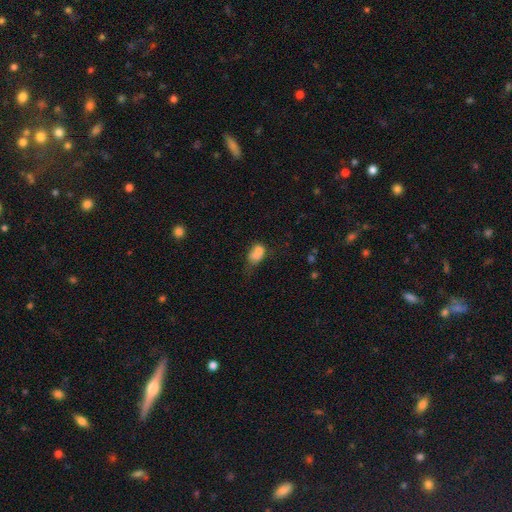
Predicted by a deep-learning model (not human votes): Smooth or featured?
  - smooth: 75% *
  - featured or disk: 14%
  - star or artifact: 11%
How rounded?
  - in between: 77% *
  - round: 20%
  - cigar-shaped: 2%
Merging?
  - merger: 28% * (tied)
  - none: 28% * (tied)
  - minor disturbance: 26%
  - major disturbance: 17%